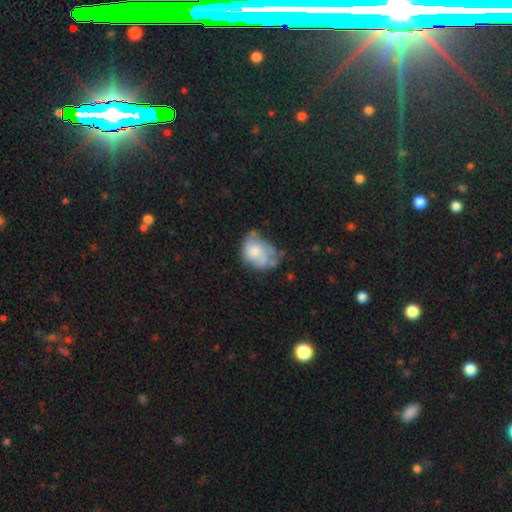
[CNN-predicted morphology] Smooth or featured: featured or disk — 45% (smooth — 44%)
Merging: none — 39% (minor disturbance — 32%)